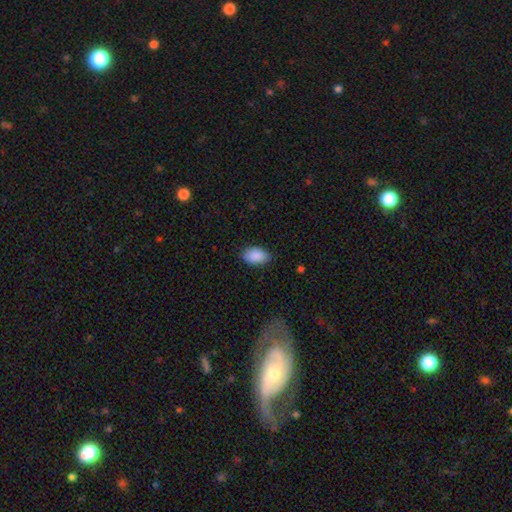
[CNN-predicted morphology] A smooth galaxy with no disk features (90%) that is in between round and cigar-shaped (91%).

Vote fractions:
- Smooth or featured? smooth: 90% / star or artifact: 7% / featured or disk: 4%
- How rounded? in between: 91% / round: 8% / cigar-shaped: 1%
- Merging? none: 82% / minor disturbance: 14% / major disturbance: 3% / merger: 1%